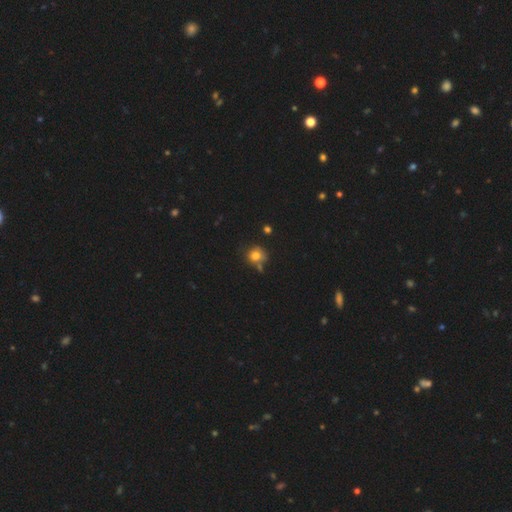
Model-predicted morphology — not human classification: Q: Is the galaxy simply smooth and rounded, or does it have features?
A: smooth — 78%.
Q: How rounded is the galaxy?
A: round — 83%.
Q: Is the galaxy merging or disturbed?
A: none — 62%.